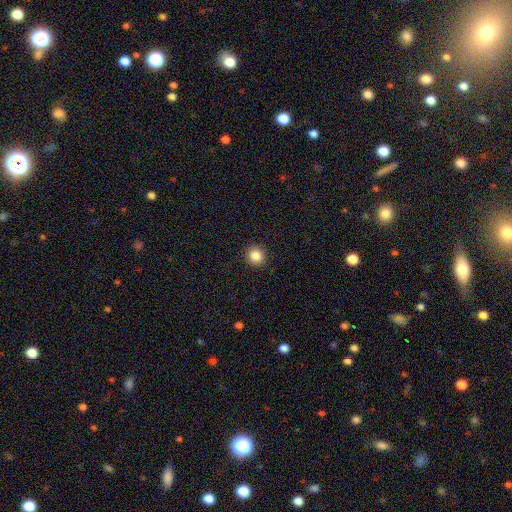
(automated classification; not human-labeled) Q: Smooth or featured?
A: smooth (86%); runner-up: star or artifact (10%)
Q: How rounded?
A: round (89%); runner-up: in between (10%)
Q: Merging?
A: none (91%); runner-up: minor disturbance (6%)